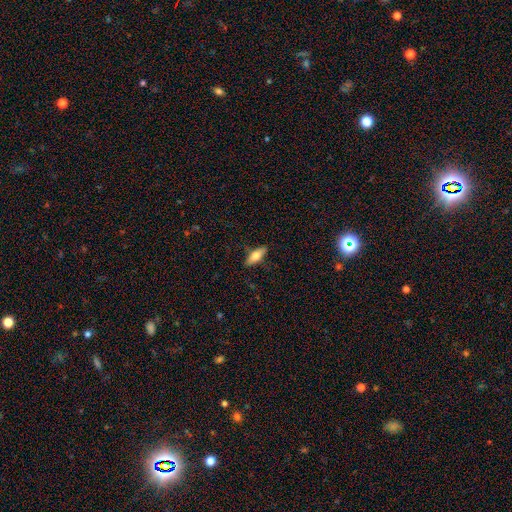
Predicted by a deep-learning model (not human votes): Smooth or featured: smooth — 65% (featured or disk — 28%)
How rounded: in between — 62% (cigar-shaped — 36%)
Merging: none — 85% (minor disturbance — 11%)